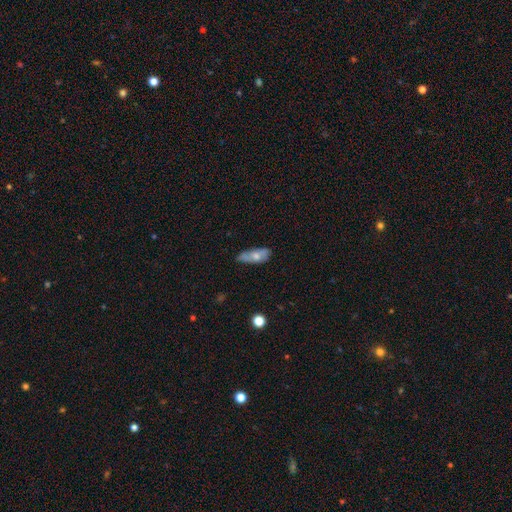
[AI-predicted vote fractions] Smooth or featured? smooth (62%)
How rounded? in between (74%)
Merging? none (57%)